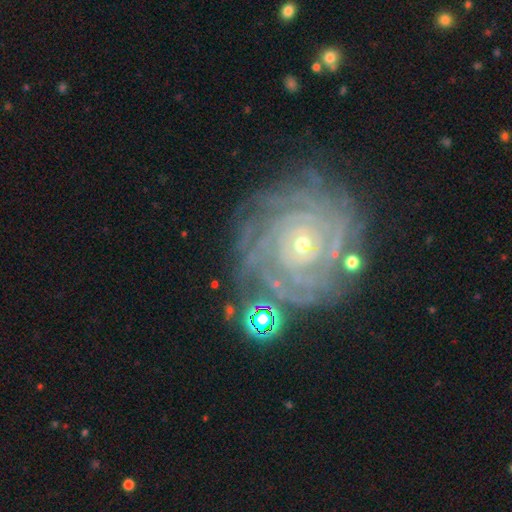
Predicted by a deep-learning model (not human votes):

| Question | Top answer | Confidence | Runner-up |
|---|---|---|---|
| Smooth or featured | featured or disk | 88% | star or artifact (7%) |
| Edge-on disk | no | 97% | yes (3%) |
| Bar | no | 75% | weak (17%) |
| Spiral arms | yes | 98% | no (2%) |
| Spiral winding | tight | 87% | medium (11%) |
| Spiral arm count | more than 4 | 24% | tied: can't tell (24%) |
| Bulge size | small | 77% | moderate (19%) |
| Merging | none | 78% | minor disturbance (13%) |